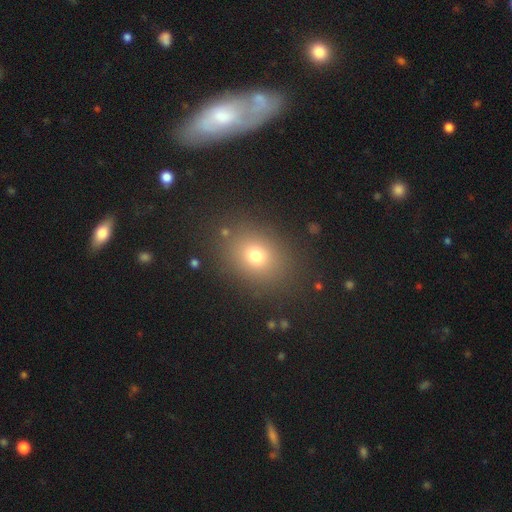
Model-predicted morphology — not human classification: This is likely a smooth galaxy (73%). How rounded: possibly round (50%). Merging: clearly none (85%).